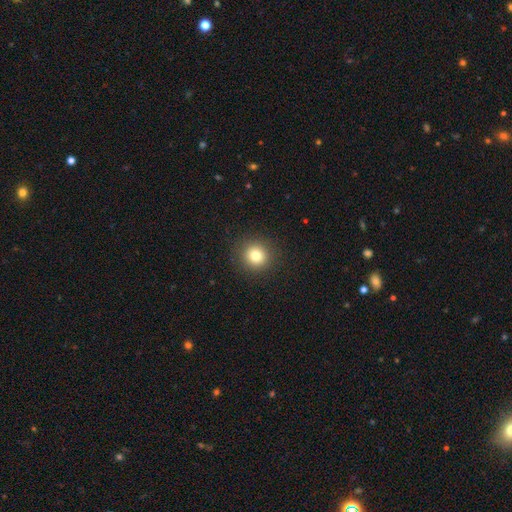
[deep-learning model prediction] A smooth galaxy with no disk features (80%) that is round (91%).

Vote fractions:
- Smooth or featured? smooth: 80% / star or artifact: 12% / featured or disk: 8%
- How rounded? round: 91% / in between: 8% / cigar-shaped: 1%
- Merging? none: 91% / minor disturbance: 6% / major disturbance: 2% / merger: 1%